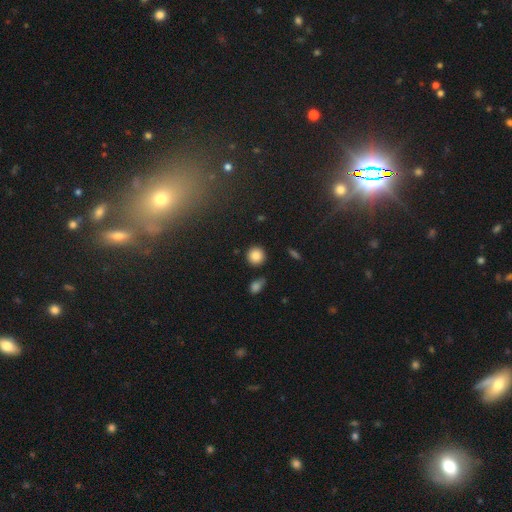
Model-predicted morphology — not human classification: Q: Smooth or featured?
A: smooth (84%); runner-up: star or artifact (10%)
Q: How rounded?
A: round (92%); runner-up: in between (7%)
Q: Merging?
A: none (86%); runner-up: minor disturbance (7%)